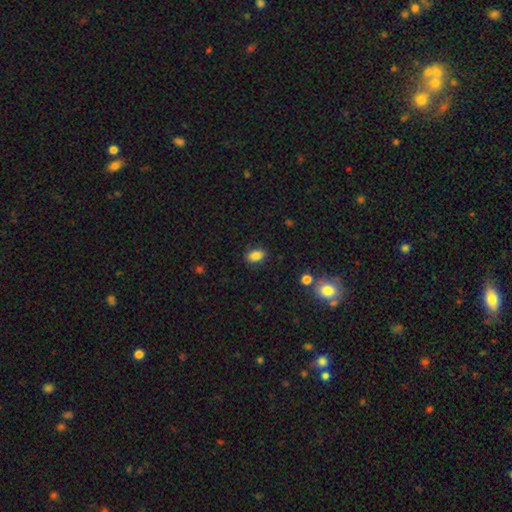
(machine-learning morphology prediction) Smooth or featured? Predicted: smooth (p=0.84). How rounded? Predicted: in between (p=0.84). Merging? Predicted: none (p=0.85).